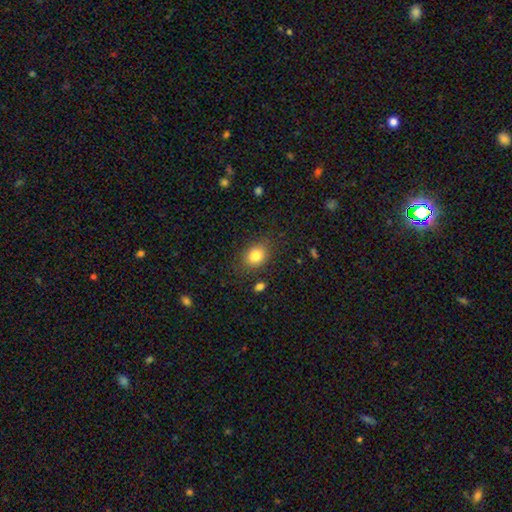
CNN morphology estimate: Smooth or featured? smooth (82%)
How rounded? in between (53%)
Merging? none (82%)